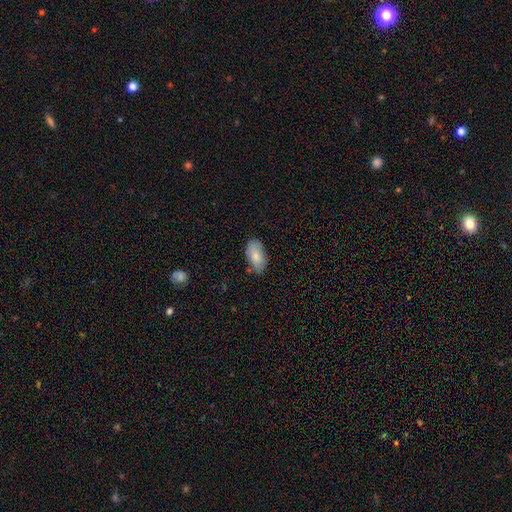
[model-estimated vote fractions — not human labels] smooth-or-featured: smooth: 82% | featured or disk: 11% | star or artifact: 6%
  how-rounded: in between: 94% | round: 3% | cigar-shaped: 3%
  merging: none: 75% | minor disturbance: 19% | major disturbance: 3% | merger: 2%